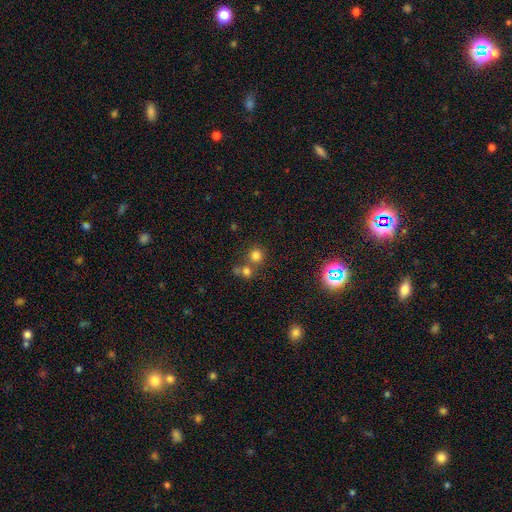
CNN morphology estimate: A smooth galaxy with no disk features (75%) that is round (90%).

Vote fractions:
- Smooth or featured? smooth: 75% / star or artifact: 18% / featured or disk: 7%
- How rounded? round: 90% / in between: 9% / cigar-shaped: 1%
- Merging? none: 59% / merger: 31% / minor disturbance: 7% / major disturbance: 3%